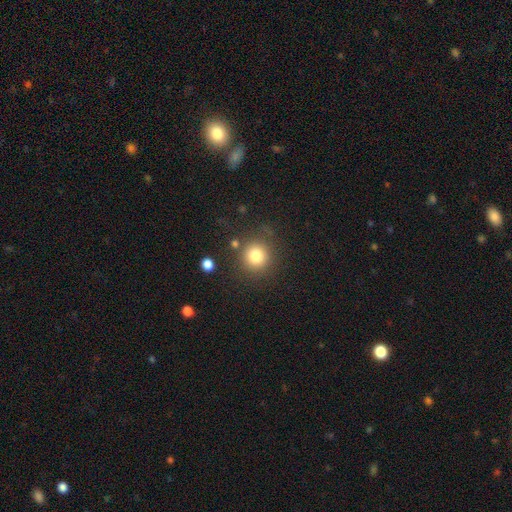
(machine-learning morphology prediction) A smooth galaxy with no disk features (81%) that is round (91%). Merging: none (79%).